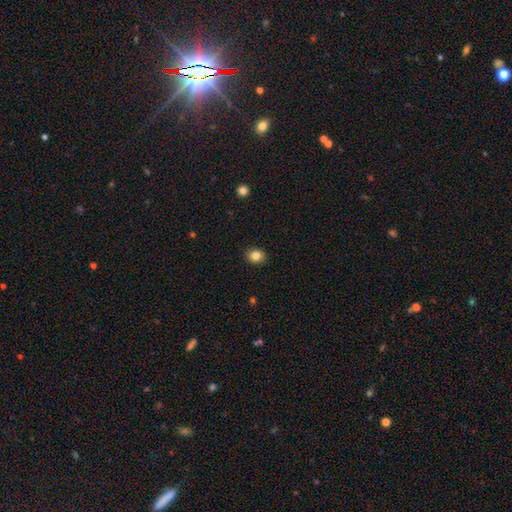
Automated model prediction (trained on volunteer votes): Smooth or featured: smooth — 85% (star or artifact — 10%)
How rounded: round — 55% (in between — 45%)
Merging: none — 89% (minor disturbance — 8%)